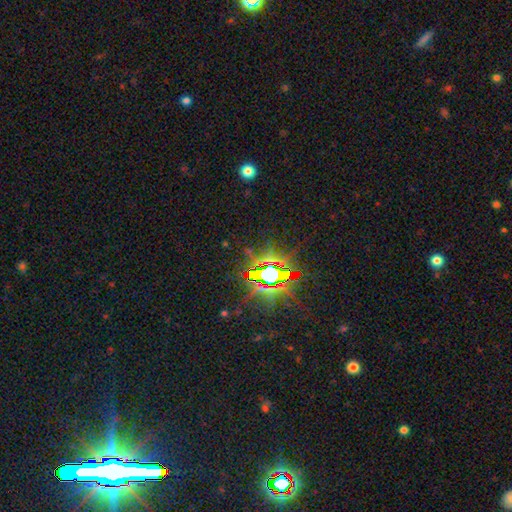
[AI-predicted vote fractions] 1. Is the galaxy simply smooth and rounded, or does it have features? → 84% star or artifact, 8% smooth, 8% featured or disk.